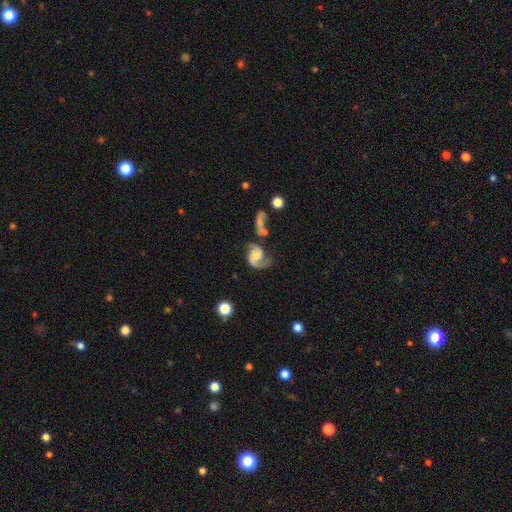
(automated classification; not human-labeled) This appears to be a featured or disk galaxy (87%) with no bar (52%), 2 (89%) medium (51%) spiral arms (97%) and a moderate central bulge (53%). Merging: none (53%).